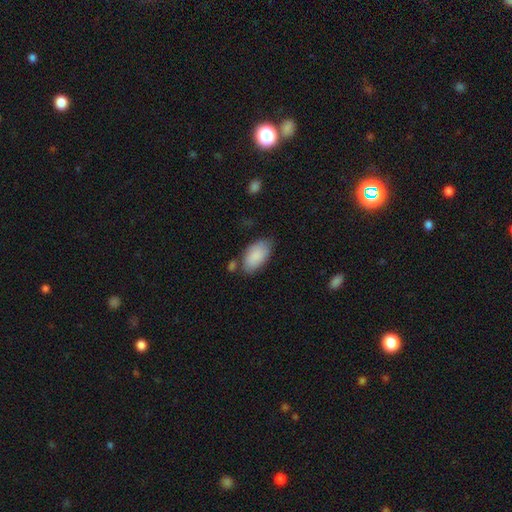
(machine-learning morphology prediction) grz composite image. It shows a smooth galaxy with no disk features (87%) that is in between round and cigar-shaped (94%). Merging: none (67%).